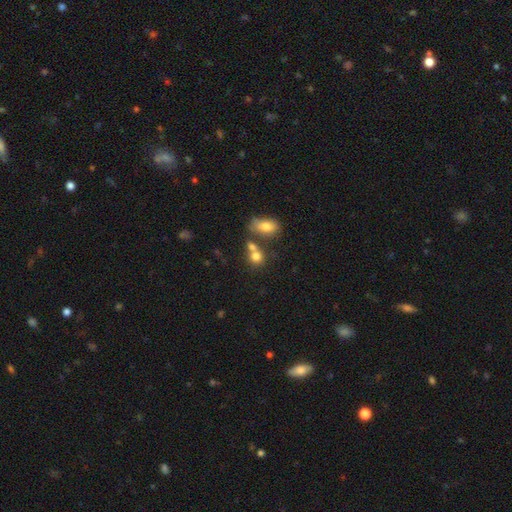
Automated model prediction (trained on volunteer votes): This appears to be a smooth galaxy with no disk features (77%) that is round (64%). Merging: merger (45%).